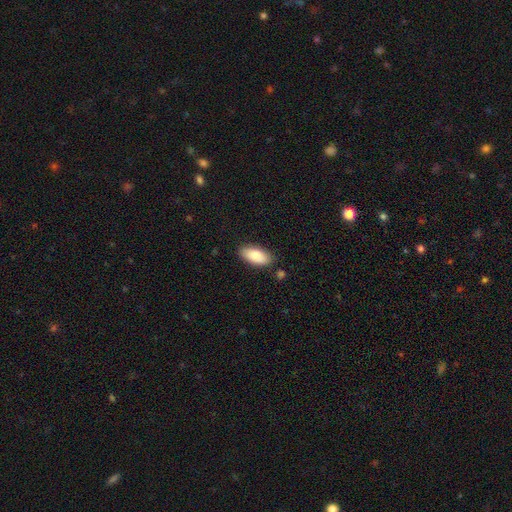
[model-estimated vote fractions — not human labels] The model was most divided on "merging": none: 83%, minor disturbance: 12%, major disturbance: 2%, merger: 2%. More confident: how rounded — in between (90%); smooth or featured — smooth (85%).